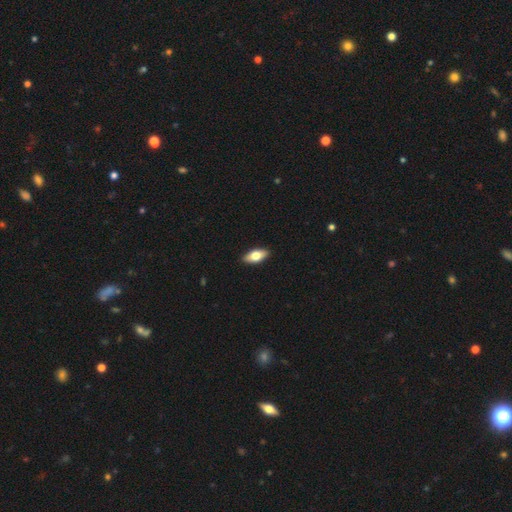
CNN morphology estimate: Overall: smooth (70%). How rounded: in between (86%). Merging: none (90%).